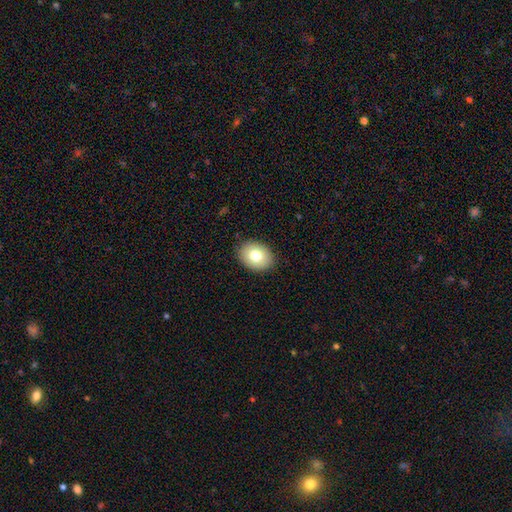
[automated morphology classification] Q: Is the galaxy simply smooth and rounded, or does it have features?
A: smooth — 77%.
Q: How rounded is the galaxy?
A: in between — 64%.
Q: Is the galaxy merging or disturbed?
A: none — 89%.